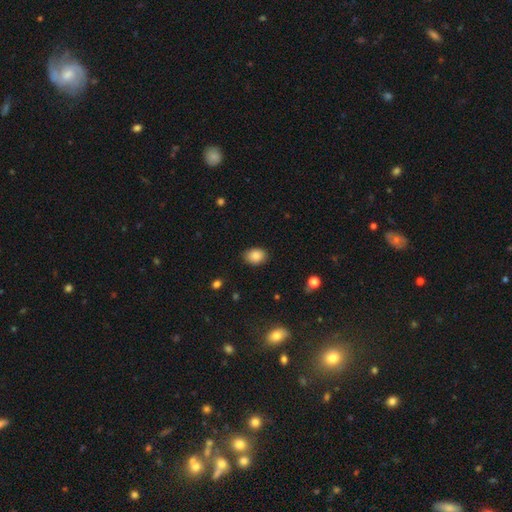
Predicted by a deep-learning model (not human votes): A smooth galaxy with no disk features (87%) that is in between round and cigar-shaped (69%).

Vote fractions:
- Smooth or featured? smooth: 87% / star or artifact: 9% / featured or disk: 5%
- How rounded? in between: 69% / round: 30% / cigar-shaped: 1%
- Merging? none: 84% / minor disturbance: 12% / major disturbance: 3% / merger: 1%